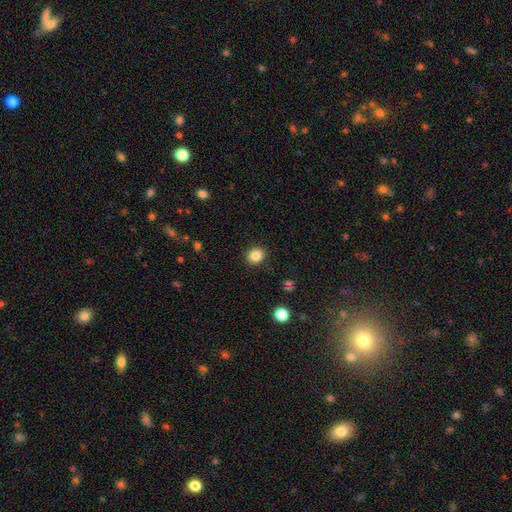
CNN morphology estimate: Overall: smooth (85%). How rounded: round (74%). Merging: none (90%).